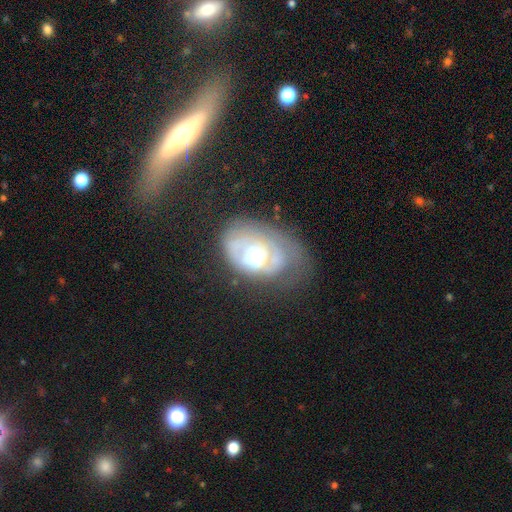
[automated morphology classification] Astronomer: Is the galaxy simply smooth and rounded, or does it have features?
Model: featured or disk — 65%.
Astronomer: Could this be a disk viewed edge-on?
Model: no — 96%.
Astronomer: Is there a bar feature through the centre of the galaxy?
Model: no — 78%.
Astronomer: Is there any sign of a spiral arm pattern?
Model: yes — 58% (runner-up: no, 42%).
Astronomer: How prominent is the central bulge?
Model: moderate — 51%.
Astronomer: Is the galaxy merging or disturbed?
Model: none — 38% (runner-up: major disturbance, 29%).